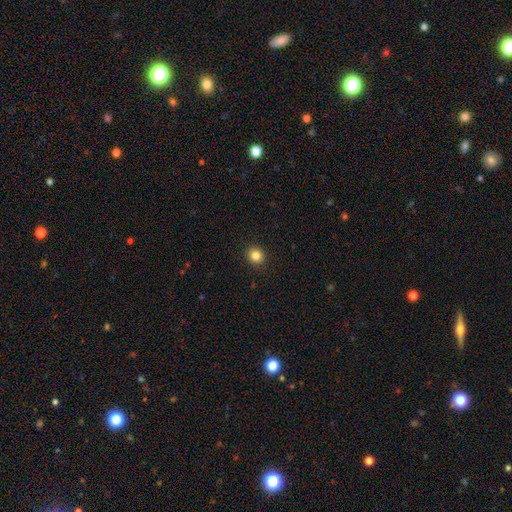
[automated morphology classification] smooth 84%, star or artifact 12%, featured or disk 4%. Down the decision tree: how rounded — round (84%); merging — none (92%).